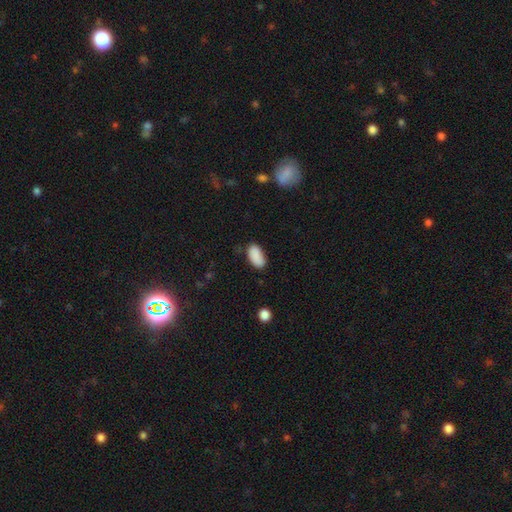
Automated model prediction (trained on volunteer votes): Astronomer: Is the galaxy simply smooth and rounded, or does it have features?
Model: smooth — 88%.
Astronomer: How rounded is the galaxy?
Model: in between — 94%.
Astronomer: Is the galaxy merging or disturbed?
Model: none — 77%.